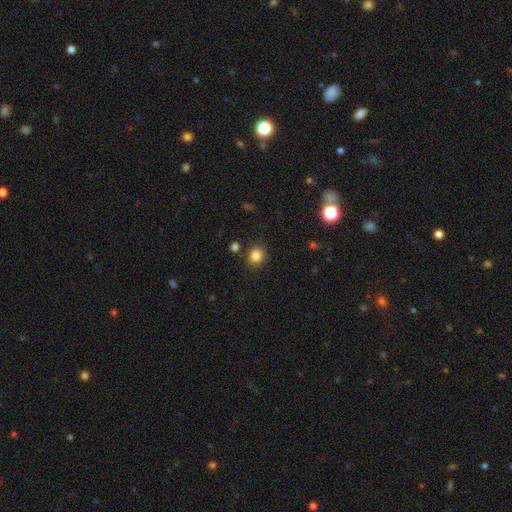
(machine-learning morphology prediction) A smooth galaxy with no disk features (84%) that is round (75%). Merging: none (84%).